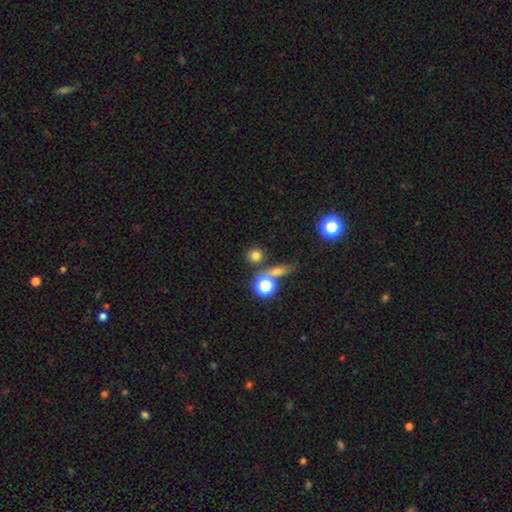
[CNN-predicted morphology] This is likely a smooth galaxy (73%). How rounded: clearly round (88%). Merging: likely none (77%).